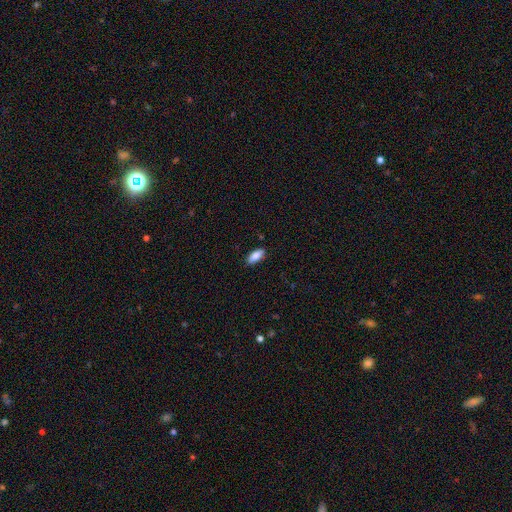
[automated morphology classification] A smooth galaxy with no disk features (86%) that is in between round and cigar-shaped (83%).

Vote fractions:
- Smooth or featured? smooth: 86% / featured or disk: 8% / star or artifact: 7%
- How rounded? in between: 83% / cigar-shaped: 15% / round: 2%
- Merging? none: 87% / minor disturbance: 10% / major disturbance: 2% / merger: 1%